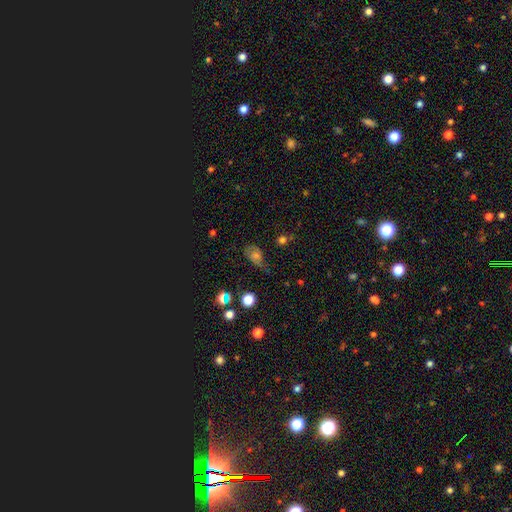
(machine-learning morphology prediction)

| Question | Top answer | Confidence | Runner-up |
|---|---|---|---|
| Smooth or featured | smooth | 48% | featured or disk (29%) |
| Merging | none | 40% | minor disturbance (32%) |